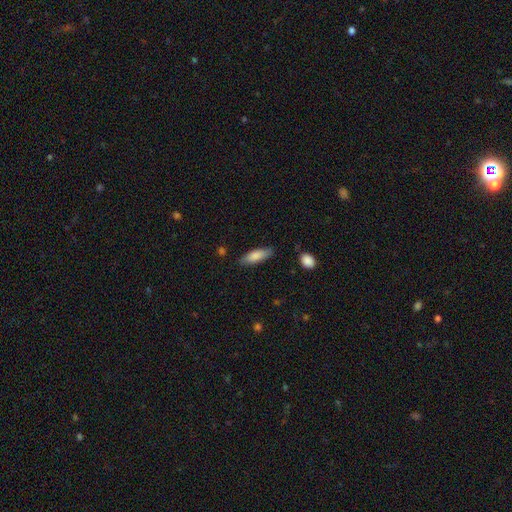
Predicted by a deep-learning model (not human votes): This is clearly a smooth galaxy (82%). How rounded: possibly in between (52%). Merging: clearly none (82%).